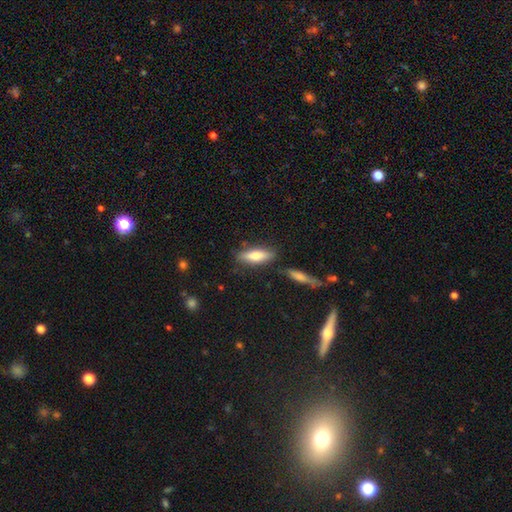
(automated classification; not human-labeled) Smooth or featured: smooth — 72% (featured or disk — 22%)
How rounded: in between — 53% (cigar-shaped — 45%)
Merging: none — 77% (minor disturbance — 13%)